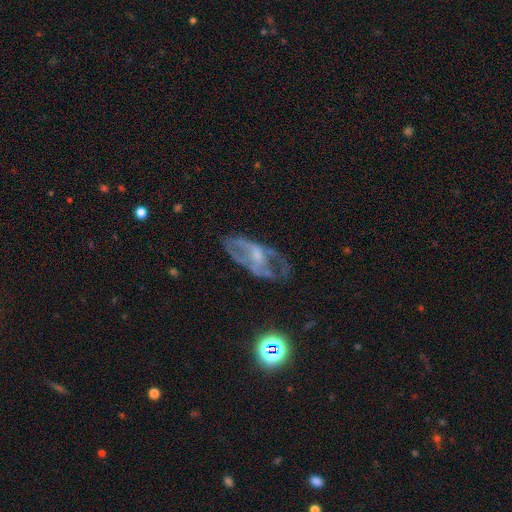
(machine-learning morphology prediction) The model was most divided on "bulge size": small: 39%, moderate: 34%, none: 21%, large: 5%, dominant: 1%. More confident: edge-on disk — no (91%); smooth or featured — featured or disk (69%); bar — no (63%); spiral arms — no (56%); merging — none (50%).